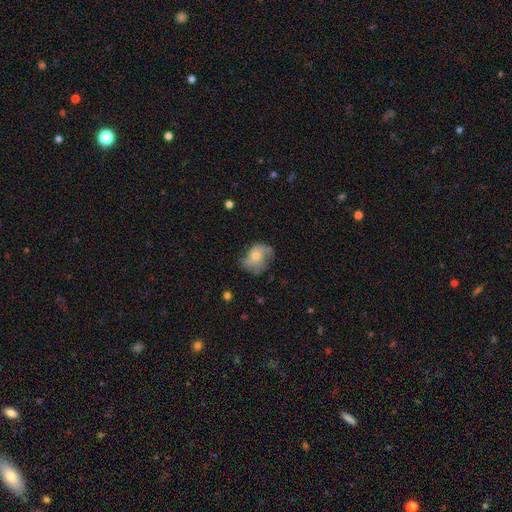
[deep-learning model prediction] A featured or disk galaxy (48%).

Vote fractions:
- Smooth or featured? featured or disk: 48% / smooth: 43% / star or artifact: 10%
- Merging? none: 52% / minor disturbance: 30% / major disturbance: 16% / merger: 2%